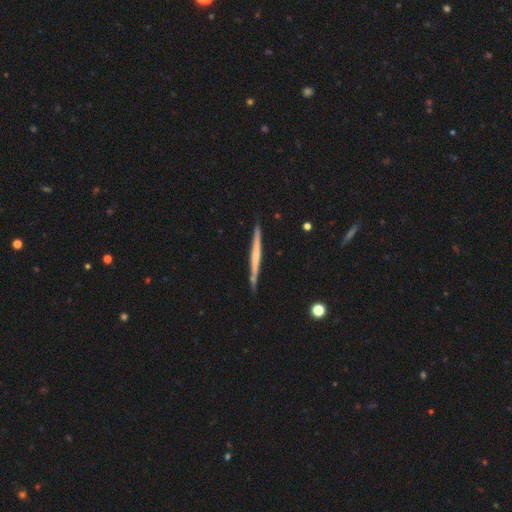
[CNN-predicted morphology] This is likely a featured or disk galaxy (61%). It is clearly viewed edge-on (98%). Edge-on bulge: likely none (66%). Merging: clearly none (88%).